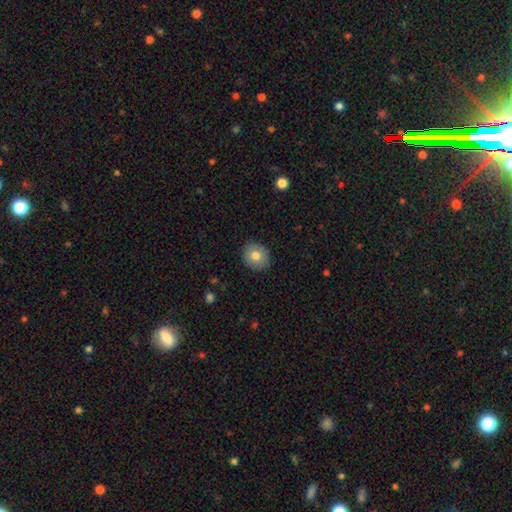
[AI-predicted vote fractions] This is likely a smooth galaxy (78%). How rounded: likely round (75%). Merging: clearly none (88%).